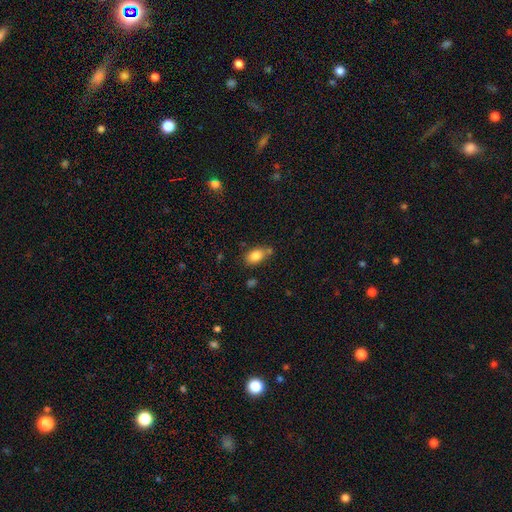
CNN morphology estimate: smooth_or_featured: smooth (p=0.84) [alt: star or artifact p=0.08]
how_rounded: in between (p=0.86) [alt: round p=0.11]
merging: none (p=0.64) [alt: minor disturbance p=0.19]